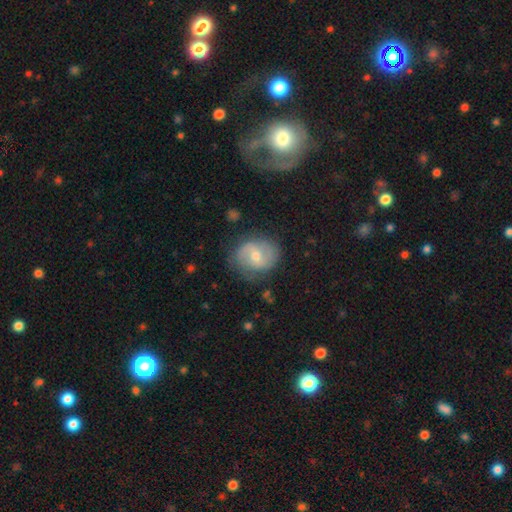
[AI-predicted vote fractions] Smooth or featured?
  - featured or disk: 65% *
  - smooth: 27%
  - star or artifact: 7%
Edge-on disk?
  - no: 97% *
  - yes: 3%
Bar?
  - weak: 47% *
  - no: 38%
  - strong: 14%
Spiral arms?
  - yes: 86% *
  - no: 14%
Spiral winding?
  - medium: 45% *
  - tight: 29%
  - loose: 26%
Spiral arm count?
  - 2: 81% *
  - can't tell: 12%
  - 1: 3%
  - 3: 2%
  - 4: 1%
  - more than 4: 1%
Bulge size?
  - moderate: 53% *
  - small: 43%
  - large: 2%
  - none: 1%
  - dominant: 1%
Merging?
  - none: 76% *
  - minor disturbance: 17%
  - major disturbance: 6%
  - merger: 2%